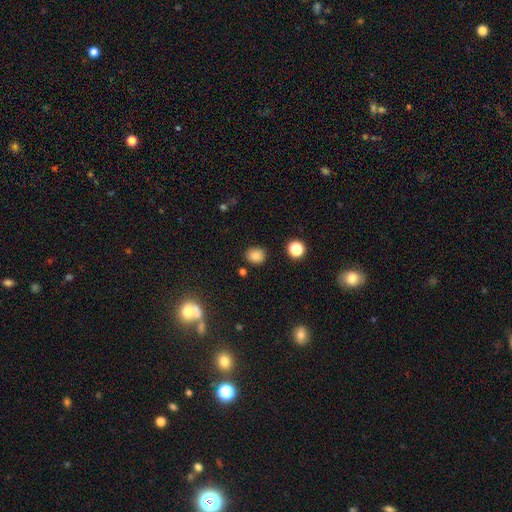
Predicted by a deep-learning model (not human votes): Smooth or featured? Predicted: smooth (p=0.84). How rounded? Predicted: round (p=0.65). Merging? Predicted: none (p=0.83).